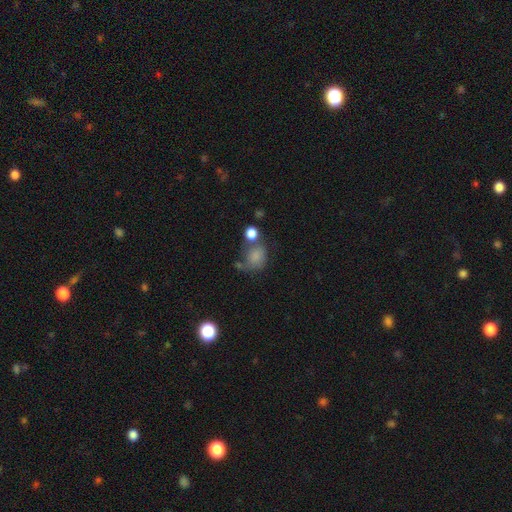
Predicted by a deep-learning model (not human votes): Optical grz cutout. It shows a smooth galaxy with no disk features (77%) that is round (58%). Merging: none (41%).